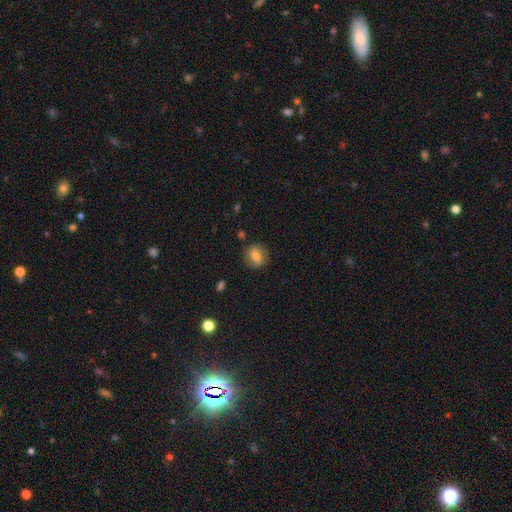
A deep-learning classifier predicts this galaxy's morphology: Overall: smooth (69%). How rounded: round (62%; in between 37%). Merging: none (82%).